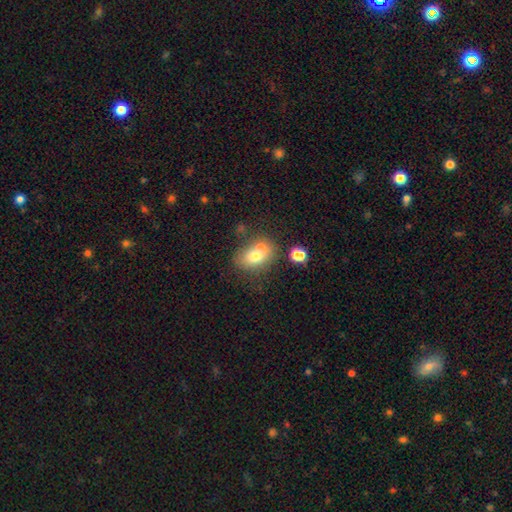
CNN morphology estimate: Overall: smooth (71%). How rounded: in between (76%). Merging: none (50%; merger 21%).